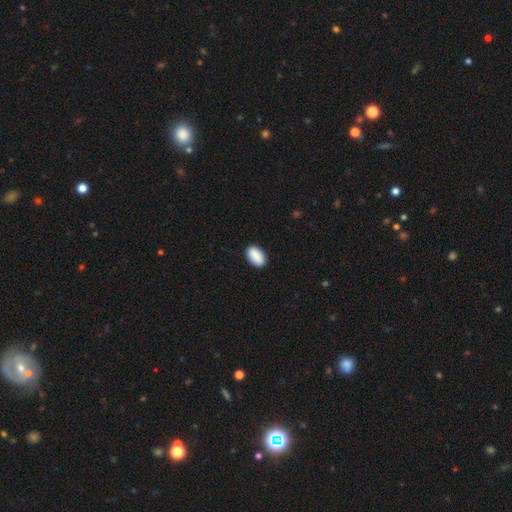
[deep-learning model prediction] The model was most divided on "merging": none: 88%, minor disturbance: 9%, major disturbance: 2%, merger: 1%. More confident: how rounded — in between (94%); smooth or featured — smooth (90%).